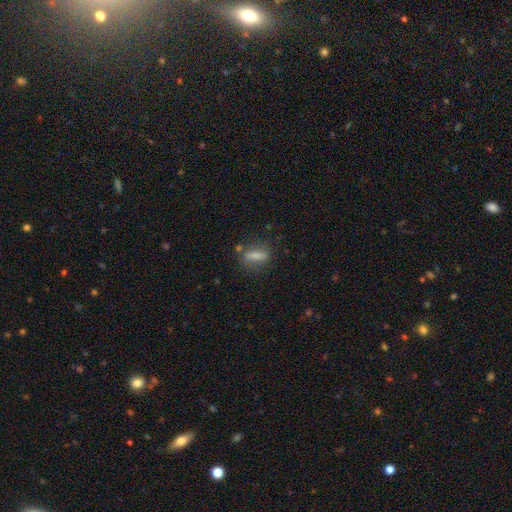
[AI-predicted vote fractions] Smooth or featured?
  - smooth: 73% *
  - featured or disk: 18%
  - star or artifact: 9%
How rounded?
  - in between: 49% *
  - cigar-shaped: 46%
  - round: 6%
Merging?
  - none: 72% *
  - minor disturbance: 15%
  - merger: 6%
  - major disturbance: 6%